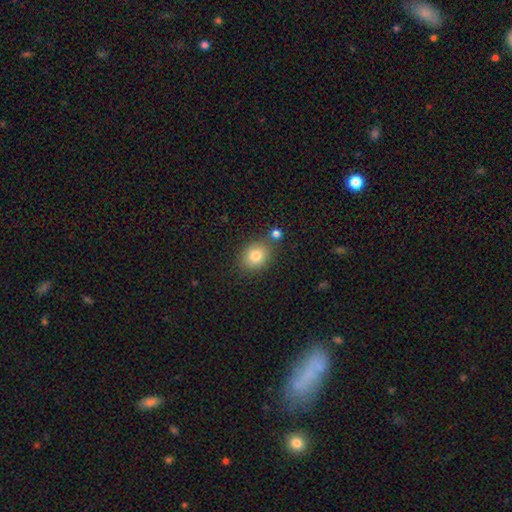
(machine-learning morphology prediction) smooth 81%, star or artifact 10%, featured or disk 8%. Down the decision tree: how rounded — round (61%); merging — none (75%).